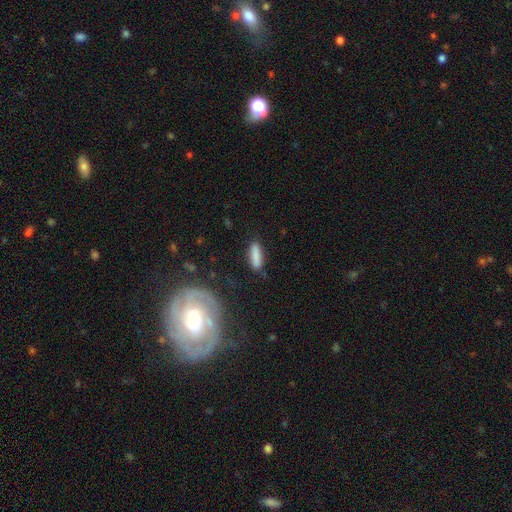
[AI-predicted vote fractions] A smooth galaxy with no disk features (85%) that is cigar-shaped (49%, tied with in between).

Vote fractions:
- Smooth or featured? smooth: 85% / featured or disk: 9% / star or artifact: 7%
- How rounded? cigar-shaped: 49% (tied) / in between: 49% (tied) / round: 2%
- Merging? none: 81% / minor disturbance: 13% / major disturbance: 3% / merger: 2%